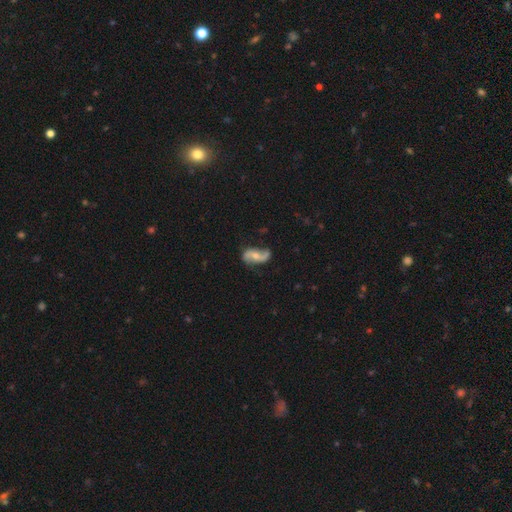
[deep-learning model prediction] The model was most divided on "bulge size": moderate: 53%, small: 38%, none: 5%, large: 3%, dominant: 1%. More confident: edge-on disk — no (96%); spiral arms — yes (94%); spiral arm count — 2 (92%); smooth or featured — featured or disk (81%); spiral winding — loose (74%); merging — none (71%); bar — no (52%).